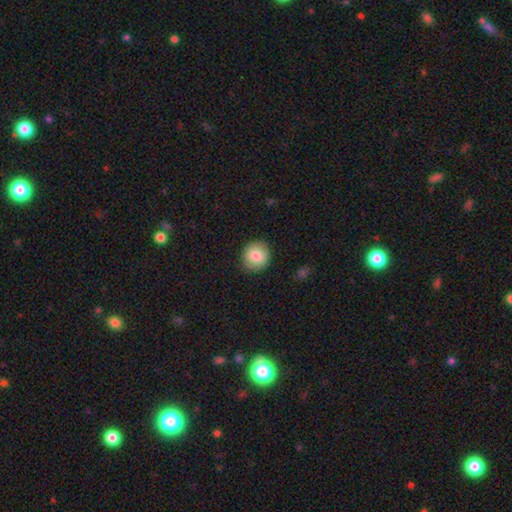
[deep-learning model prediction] Morphology: type=smooth (83%); roundness=round (87%); merging=none (88%).